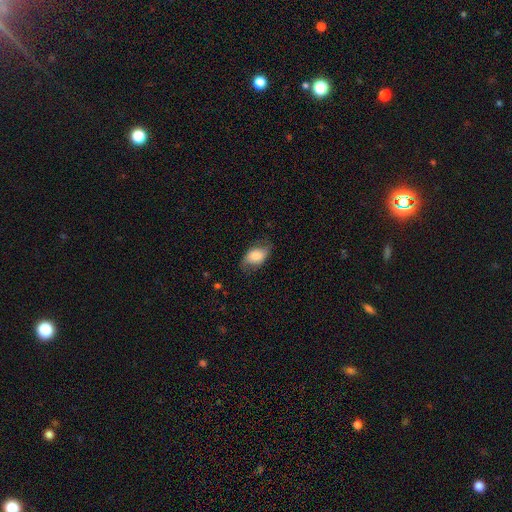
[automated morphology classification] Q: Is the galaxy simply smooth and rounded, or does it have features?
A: smooth — 69%.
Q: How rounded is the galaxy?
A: in between — 88%.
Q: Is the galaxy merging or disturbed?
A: none — 70%.